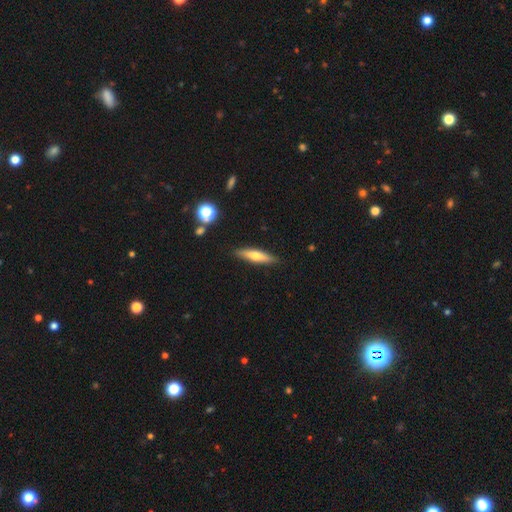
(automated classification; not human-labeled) The model was most divided on "smooth or featured": smooth: 55%, featured or disk: 38%, star or artifact: 7%. More confident: merging — none (88%); how rounded — cigar-shaped (79%).